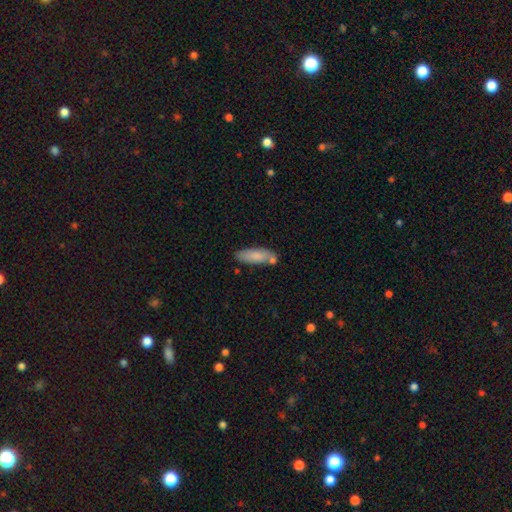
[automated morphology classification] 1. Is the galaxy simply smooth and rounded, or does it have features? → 80% smooth, 13% featured or disk, 6% star or artifact.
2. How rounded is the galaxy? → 58% in between, 41% cigar-shaped, 2% round.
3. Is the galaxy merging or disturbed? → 65% none, 18% minor disturbance, 13% merger, 4% major disturbance.